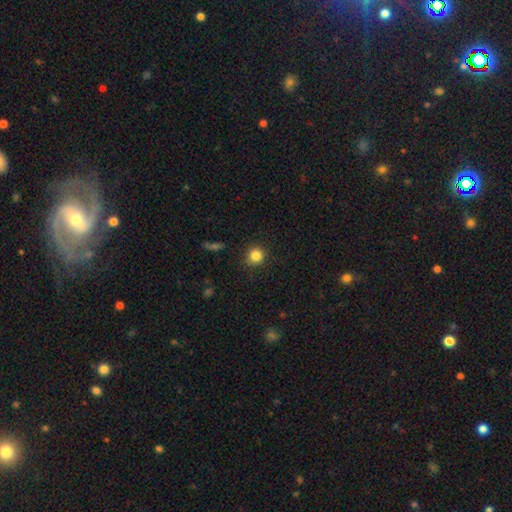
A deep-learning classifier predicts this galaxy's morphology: The model was most divided on "smooth or featured": smooth: 84%, star or artifact: 11%, featured or disk: 5%. More confident: how rounded — round (92%); merging — none (88%).